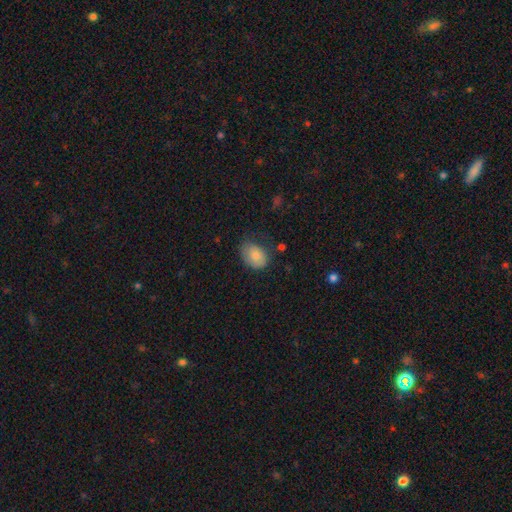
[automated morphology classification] The model was most divided on "merging": none: 52%, minor disturbance: 32%, major disturbance: 13%, merger: 2%. More confident: smooth or featured — smooth (81%); how rounded — in between (76%).